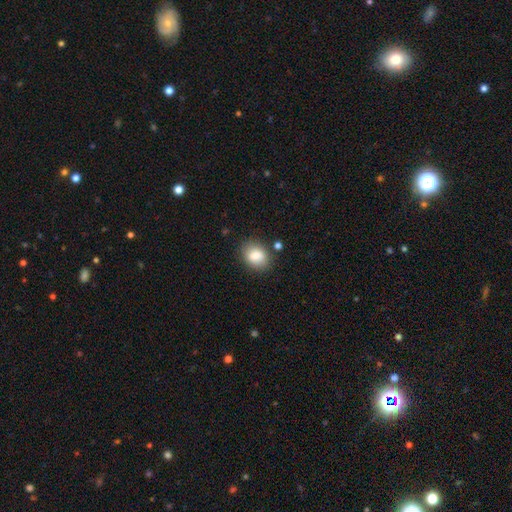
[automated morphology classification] smooth_or_featured: smooth (p=0.83) [alt: star or artifact p=0.08]
how_rounded: in between (p=0.59) [alt: round p=0.40]
merging: none (p=0.79) [alt: minor disturbance p=0.13]